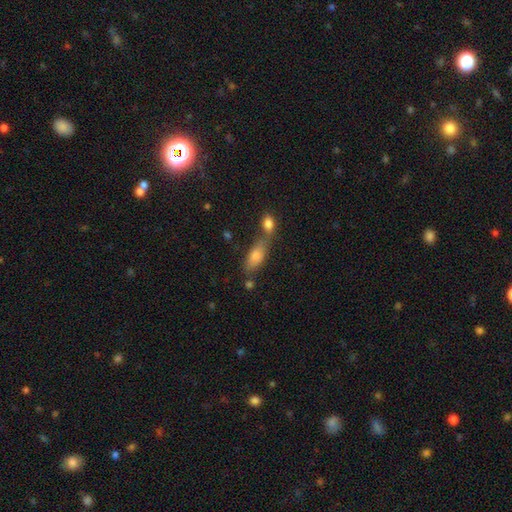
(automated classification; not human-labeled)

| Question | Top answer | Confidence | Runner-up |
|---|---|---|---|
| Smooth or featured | smooth | 73% | featured or disk (17%) |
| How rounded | in between | 74% | cigar-shaped (21%) |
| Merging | none | 42% | merger (39%) |